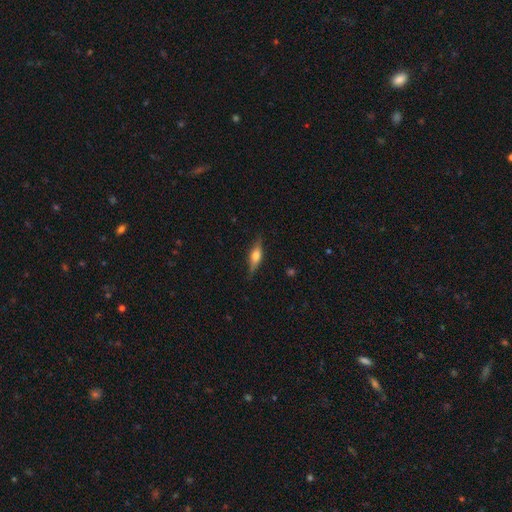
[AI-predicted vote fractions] Overall: featured or disk (53%; smooth 40%). Edge-on disk: yes (93%). Merging: none (83%).